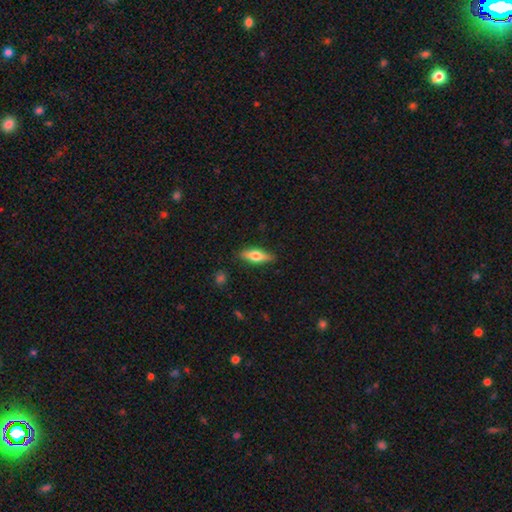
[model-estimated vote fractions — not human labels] smooth 64%, featured or disk 30%, star or artifact 6%. Down the decision tree: how rounded — in between (55%); merging — none (86%).